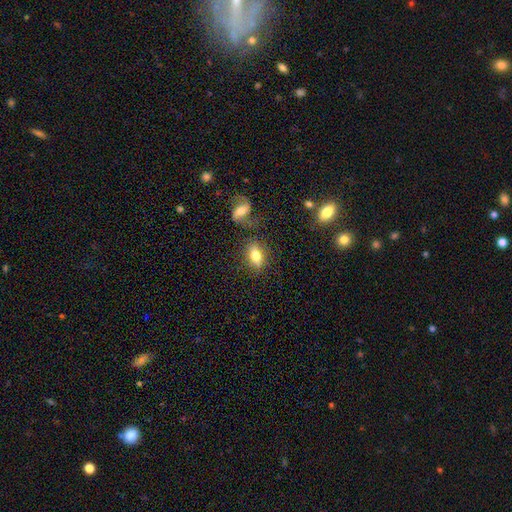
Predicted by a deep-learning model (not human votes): Smooth or featured? smooth (72%)
How rounded? in between (83%)
Merging? none (73%)